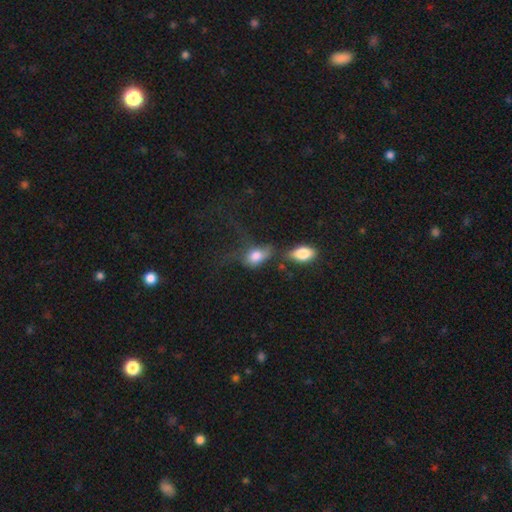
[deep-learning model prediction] smooth 74%, featured or disk 16%, star or artifact 9%. Down the decision tree: how rounded — in between (79%); merging — major disturbance (33%).